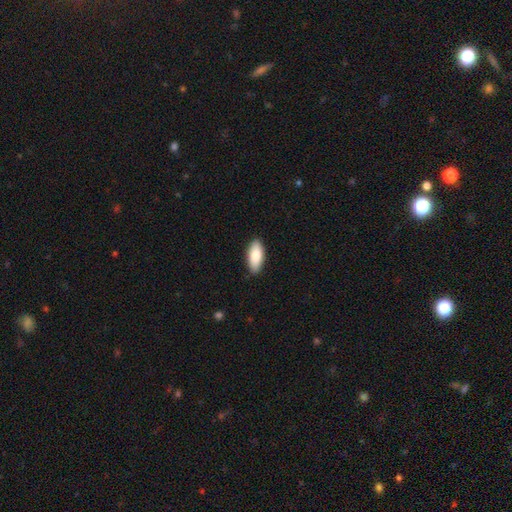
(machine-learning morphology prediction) Smooth or featured: smooth — 83% (featured or disk — 12%)
How rounded: in between — 86% (cigar-shaped — 12%)
Merging: none — 89% (minor disturbance — 9%)